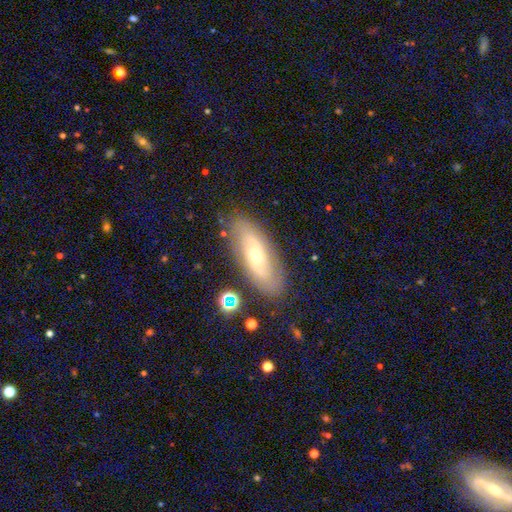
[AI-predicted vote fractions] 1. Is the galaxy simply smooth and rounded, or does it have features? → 64% featured or disk, 29% smooth, 8% star or artifact.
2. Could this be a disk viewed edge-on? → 84% no, 16% yes.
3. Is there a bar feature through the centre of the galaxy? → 64% no, 27% weak, 9% strong.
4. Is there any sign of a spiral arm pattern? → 72% yes, 28% no.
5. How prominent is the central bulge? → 53% small, 43% moderate, 2% large, 1% dominant, 1% none.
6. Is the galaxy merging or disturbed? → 82% none, 13% minor disturbance, 4% major disturbance, 2% merger.